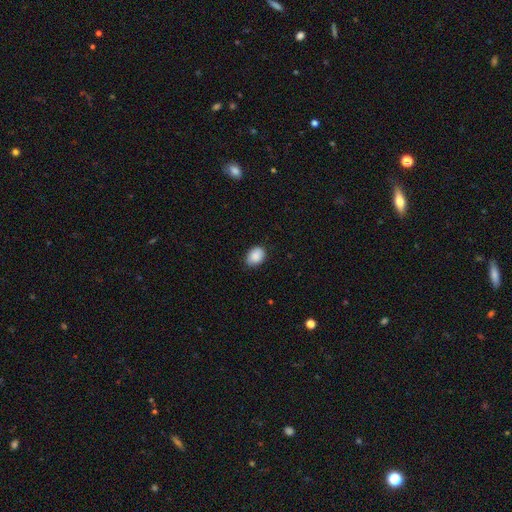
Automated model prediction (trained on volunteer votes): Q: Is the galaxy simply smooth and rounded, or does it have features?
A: smooth — 89%.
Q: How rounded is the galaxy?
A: in between — 76%.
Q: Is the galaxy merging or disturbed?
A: none — 78%.